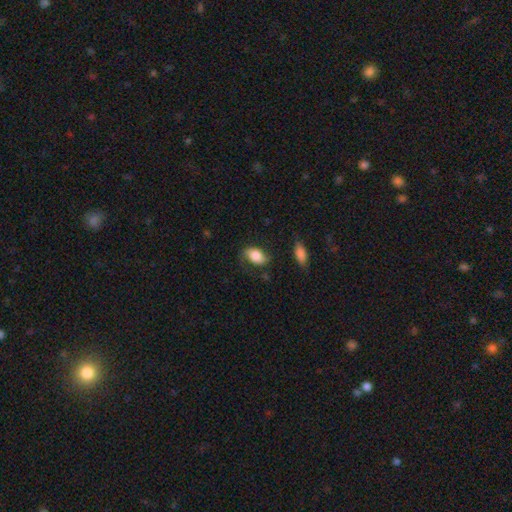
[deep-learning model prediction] smooth 74%, featured or disk 18%, star or artifact 7%. Down the decision tree: how rounded — in between (88%); merging — none (62%).